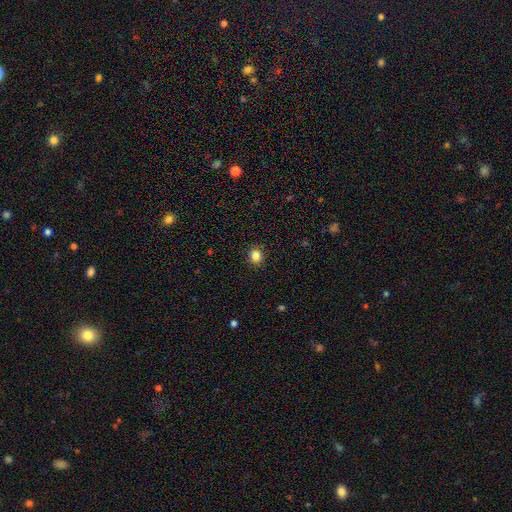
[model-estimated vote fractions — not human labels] Smooth or featured: smooth — 85% (star or artifact — 11%)
How rounded: round — 77% (in between — 22%)
Merging: none — 91% (minor disturbance — 6%)